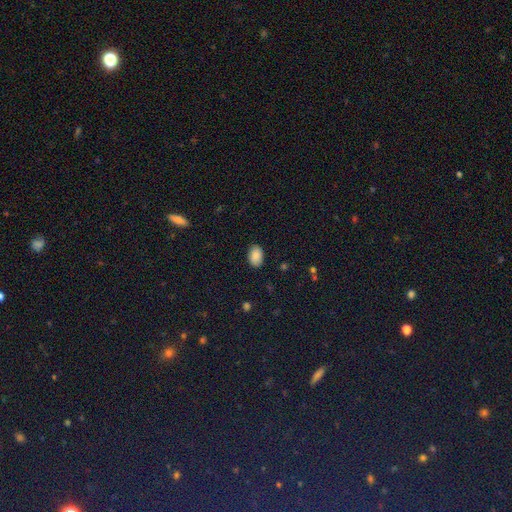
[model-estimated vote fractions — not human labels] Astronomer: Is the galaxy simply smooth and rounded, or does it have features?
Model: smooth — 87%.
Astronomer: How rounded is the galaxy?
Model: in between — 85%.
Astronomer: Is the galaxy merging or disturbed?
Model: none — 88%.